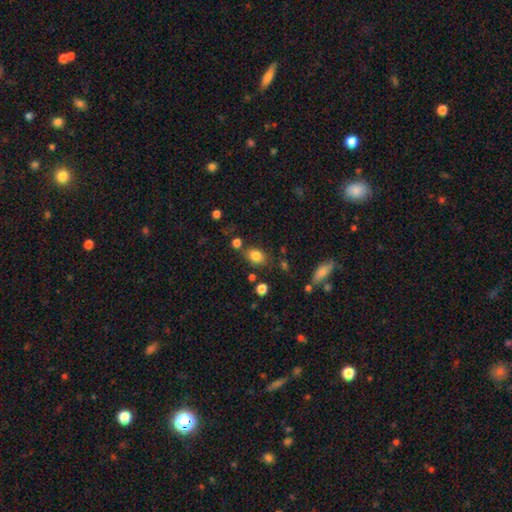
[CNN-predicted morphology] Overall: smooth (82%). How rounded: in between (73%). Merging: none (71%).